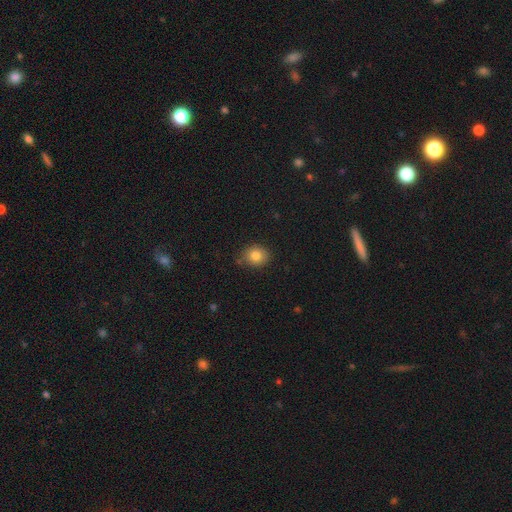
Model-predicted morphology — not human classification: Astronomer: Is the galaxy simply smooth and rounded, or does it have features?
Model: smooth — 82%.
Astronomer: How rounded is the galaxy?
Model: round — 68%.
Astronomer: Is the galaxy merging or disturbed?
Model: none — 81%.